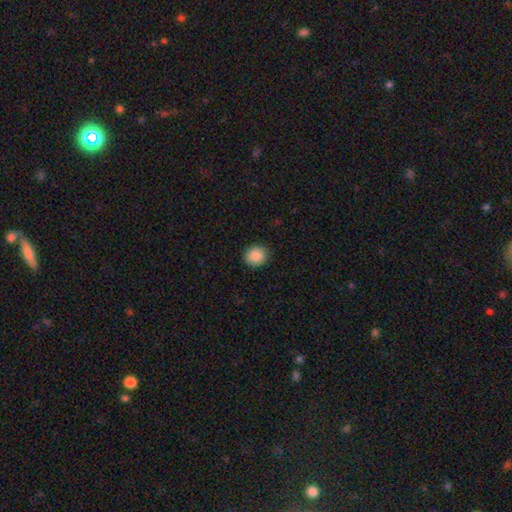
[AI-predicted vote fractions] Smooth or featured: smooth — 89% (star or artifact — 8%)
How rounded: round — 77% (in between — 22%)
Merging: none — 89% (minor disturbance — 8%)